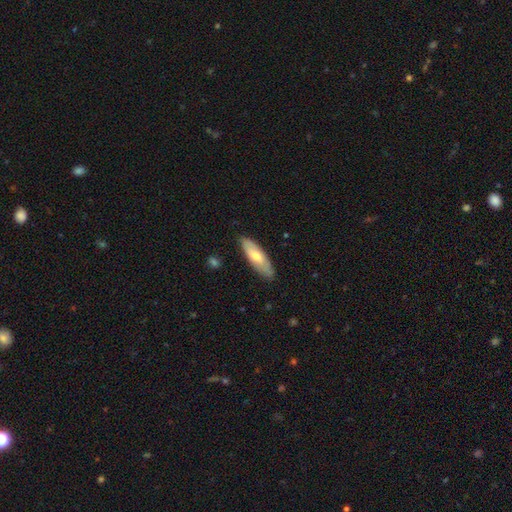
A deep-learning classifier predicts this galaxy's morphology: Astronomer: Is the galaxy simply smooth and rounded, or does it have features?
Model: smooth — 61%.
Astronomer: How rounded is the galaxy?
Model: in between — 53% (runner-up: cigar-shaped, 45%).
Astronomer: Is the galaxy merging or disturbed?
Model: none — 83%.